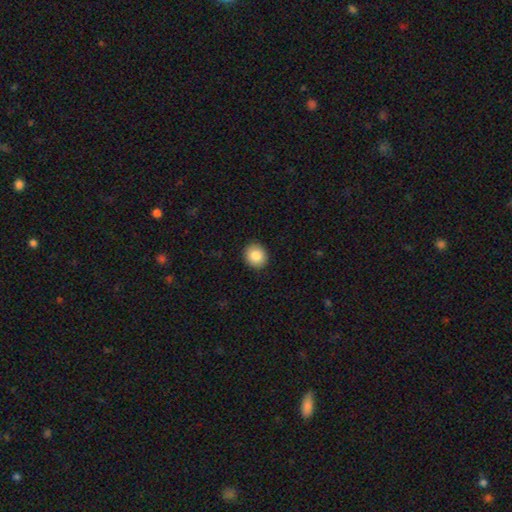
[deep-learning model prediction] Smooth or featured? smooth (86%)
How rounded? round (75%)
Merging? none (91%)